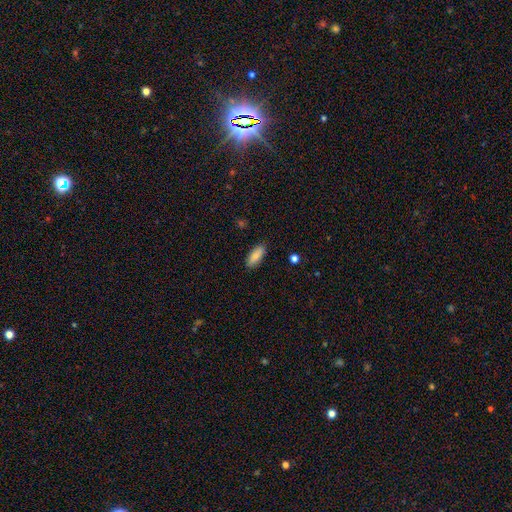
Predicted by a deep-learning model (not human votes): Morphology: type=smooth (84%); roundness=in between (79%); merging=none (88%).